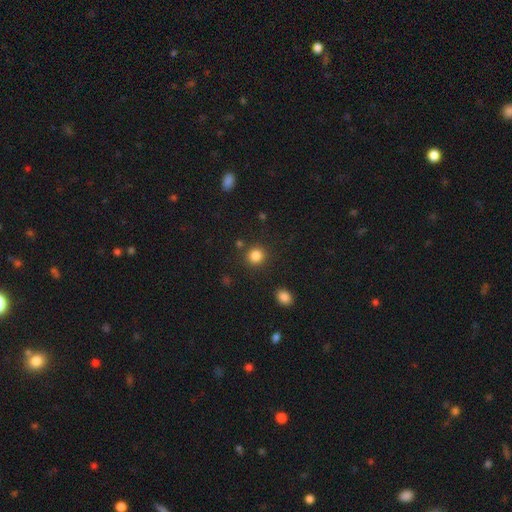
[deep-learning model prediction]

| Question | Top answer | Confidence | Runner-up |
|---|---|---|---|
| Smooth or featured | smooth | 85% | star or artifact (11%) |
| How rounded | round | 90% | in between (9%) |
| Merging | none | 87% | minor disturbance (7%) |